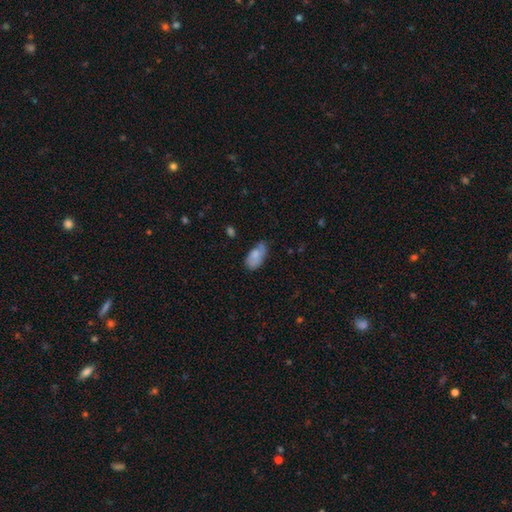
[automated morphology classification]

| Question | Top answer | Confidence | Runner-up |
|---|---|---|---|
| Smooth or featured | smooth | 77% | featured or disk (16%) |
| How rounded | in between | 94% | round (3%) |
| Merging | none | 54% | minor disturbance (36%) |